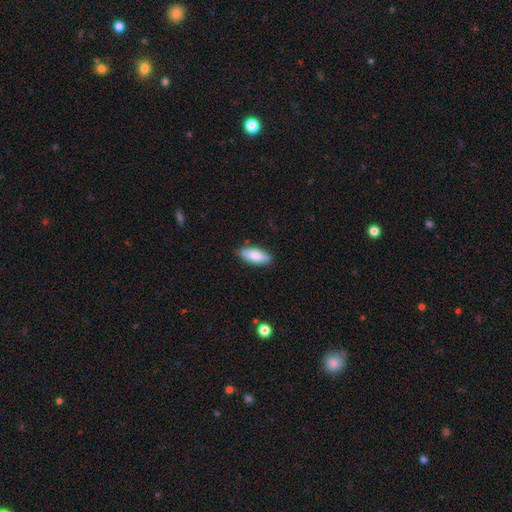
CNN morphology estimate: type=smooth (81%); roundness=in between (77%); merging=none (84%).